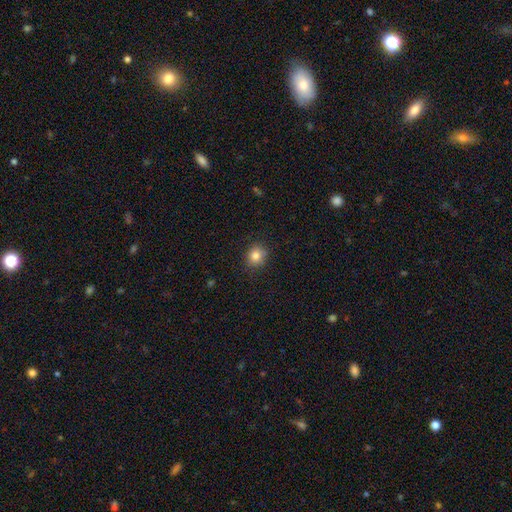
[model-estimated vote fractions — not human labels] Smooth or featured? smooth (82%)
How rounded? round (78%)
Merging? none (86%)